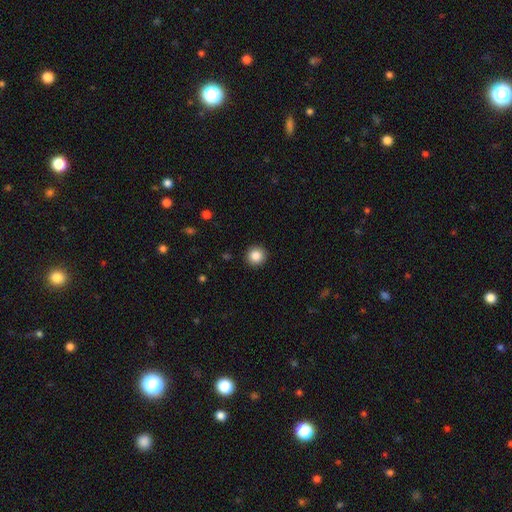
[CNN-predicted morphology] smooth_or_featured: smooth (p=0.86) [alt: star or artifact p=0.10]
how_rounded: round (p=0.94) [alt: in between p=0.05]
merging: none (p=0.92) [alt: minor disturbance p=0.05]